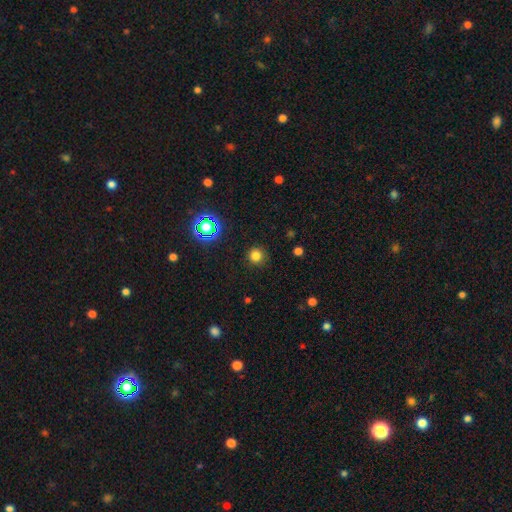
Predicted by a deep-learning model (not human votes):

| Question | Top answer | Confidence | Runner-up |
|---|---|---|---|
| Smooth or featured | smooth | 77% | star or artifact (18%) |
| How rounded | round | 95% | in between (4%) |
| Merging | none | 88% | minor disturbance (8%) |